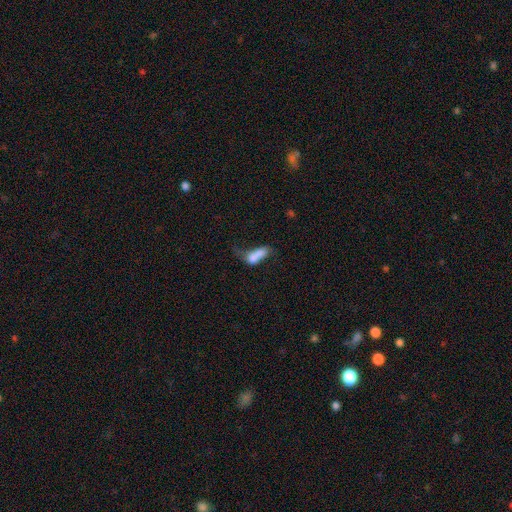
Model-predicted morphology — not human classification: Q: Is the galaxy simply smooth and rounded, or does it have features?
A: smooth — 68%.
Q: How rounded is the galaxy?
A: in between — 75%.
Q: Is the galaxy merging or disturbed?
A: merger — 47%.